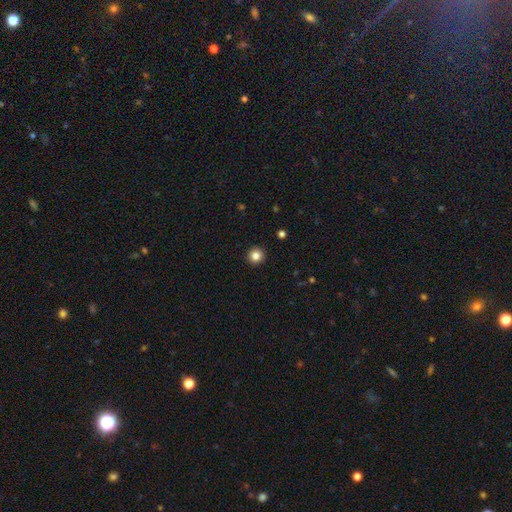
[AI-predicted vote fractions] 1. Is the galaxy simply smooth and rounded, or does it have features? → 83% smooth, 11% star or artifact, 5% featured or disk.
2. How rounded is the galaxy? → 95% round, 4% in between, 1% cigar-shaped.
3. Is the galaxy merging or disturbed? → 93% none, 4% minor disturbance, 1% major disturbance, 1% merger.